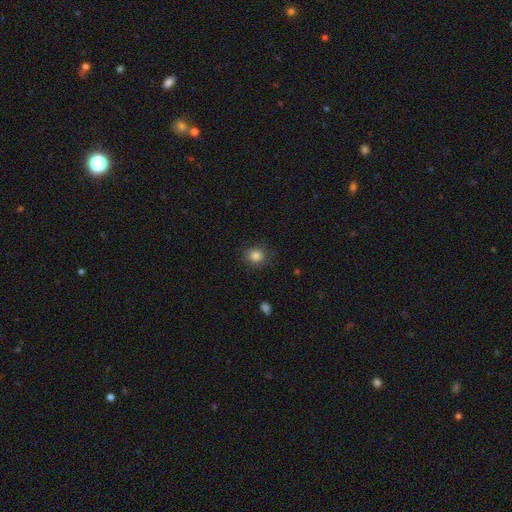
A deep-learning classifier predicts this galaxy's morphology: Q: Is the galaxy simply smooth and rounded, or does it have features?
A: smooth — 84%.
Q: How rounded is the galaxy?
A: round — 85%.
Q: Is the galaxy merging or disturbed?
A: none — 83%.